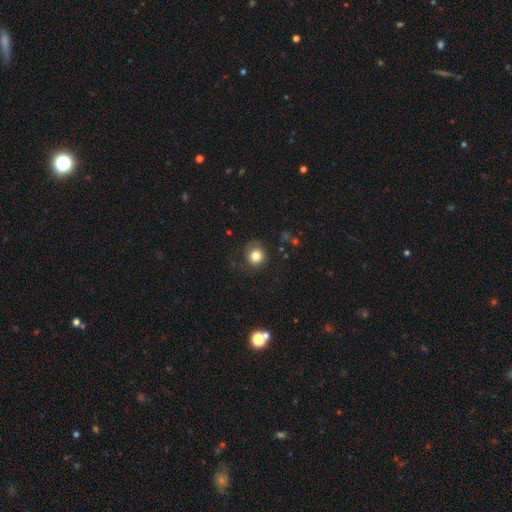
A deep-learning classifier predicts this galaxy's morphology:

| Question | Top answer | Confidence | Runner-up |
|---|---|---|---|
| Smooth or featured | smooth | 80% | featured or disk (10%) |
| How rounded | round | 87% | in between (12%) |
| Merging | none | 71% | minor disturbance (17%) |